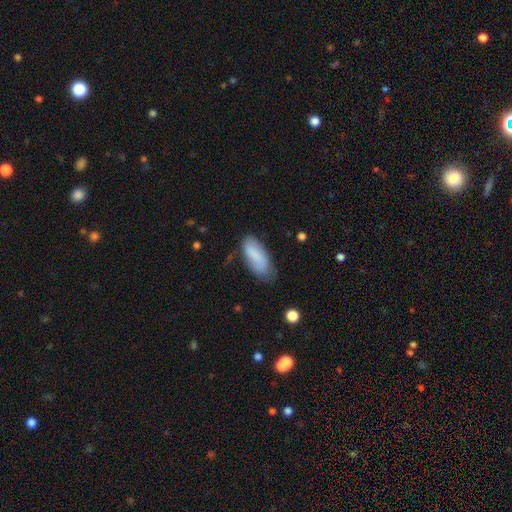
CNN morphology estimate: Smooth or featured: smooth — 81% (featured or disk — 13%)
How rounded: in between — 82% (cigar-shaped — 16%)
Merging: none — 59% (minor disturbance — 31%)